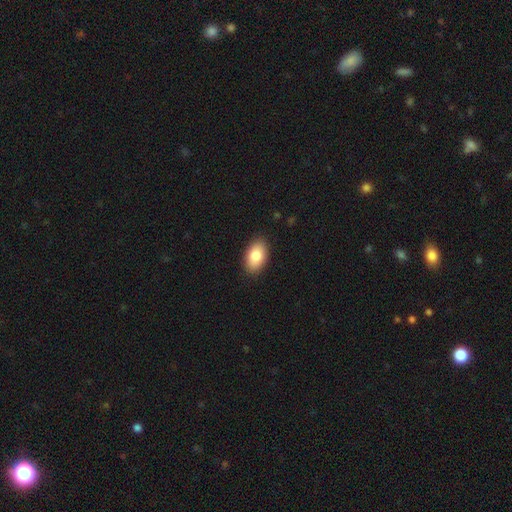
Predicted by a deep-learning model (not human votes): Smooth or featured? smooth (83%)
How rounded? in between (92%)
Merging? none (89%)